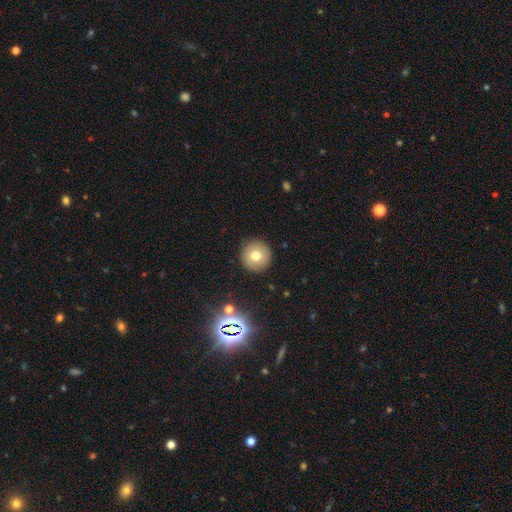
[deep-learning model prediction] A smooth galaxy with no disk features (73%) that is round (96%). Merging: none (91%).